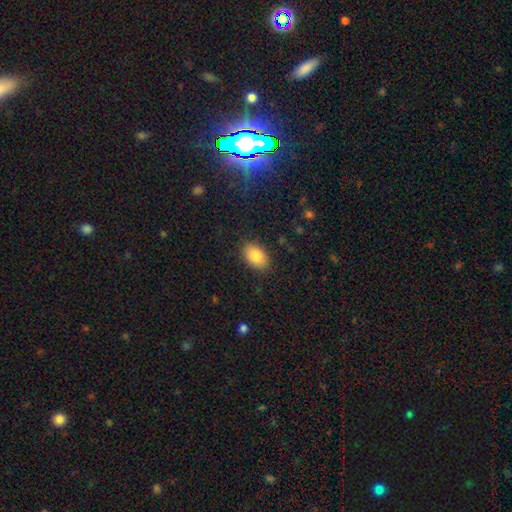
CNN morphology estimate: The model was most divided on "merging": none: 87%, minor disturbance: 10%, major disturbance: 3%, merger: 1%. More confident: how rounded — in between (89%); smooth or featured — smooth (86%).